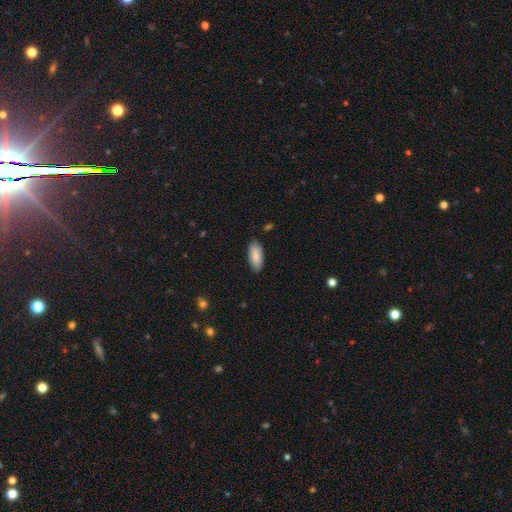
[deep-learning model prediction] Morphology: type=smooth (87%); roundness=in between (85%); merging=none (86%).